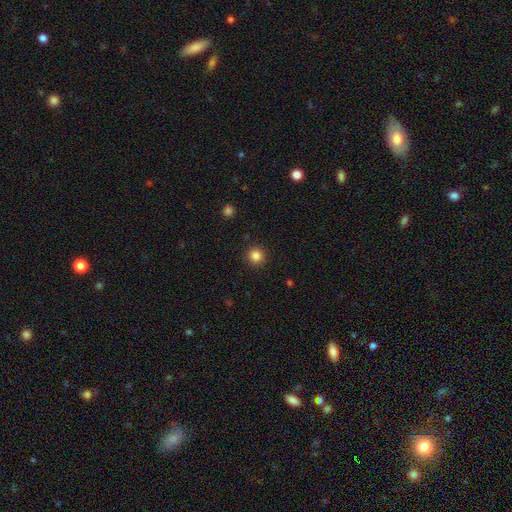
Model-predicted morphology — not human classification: smooth_or_featured: smooth (p=0.84) [alt: star or artifact p=0.12]
how_rounded: round (p=0.95) [alt: in between p=0.04]
merging: none (p=0.92) [alt: minor disturbance p=0.05]